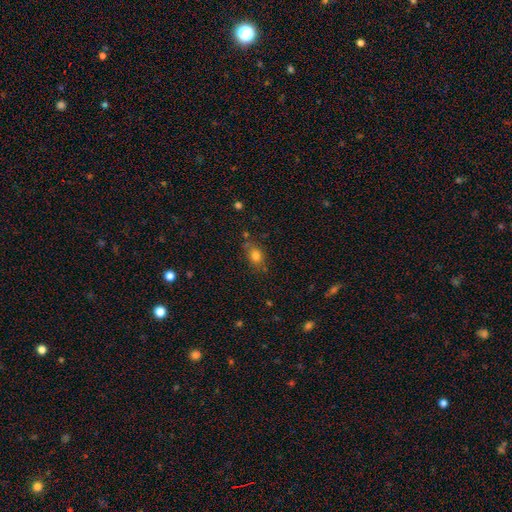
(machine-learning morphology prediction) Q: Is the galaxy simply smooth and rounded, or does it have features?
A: smooth — 79%.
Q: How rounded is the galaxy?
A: in between — 56%.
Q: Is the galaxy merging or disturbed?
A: none — 70%.